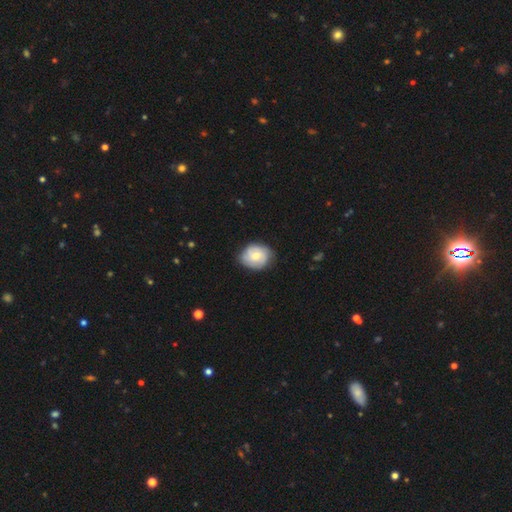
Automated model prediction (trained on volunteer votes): The model was most divided on "smooth or featured": smooth: 49%, featured or disk: 45%, star or artifact: 6%. More confident: merging — none (75%).